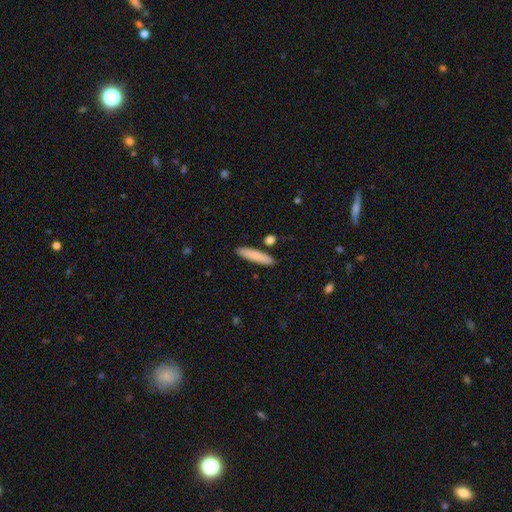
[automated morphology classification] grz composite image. It shows a smooth galaxy with no disk features (83%) that is cigar-shaped (84%). Merging: none (86%).